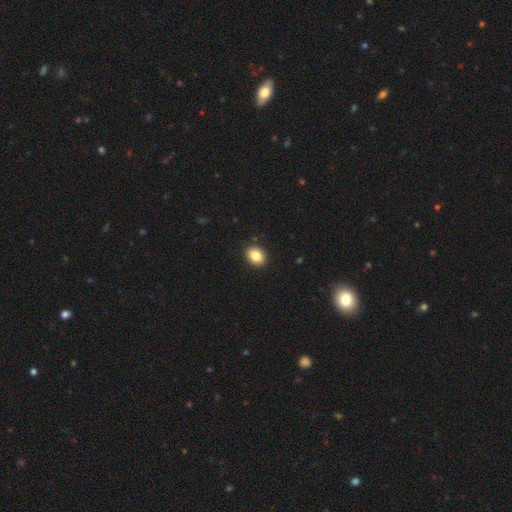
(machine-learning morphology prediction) This is clearly a smooth galaxy (85%). How rounded: possibly in between (57%). Merging: clearly none (91%).